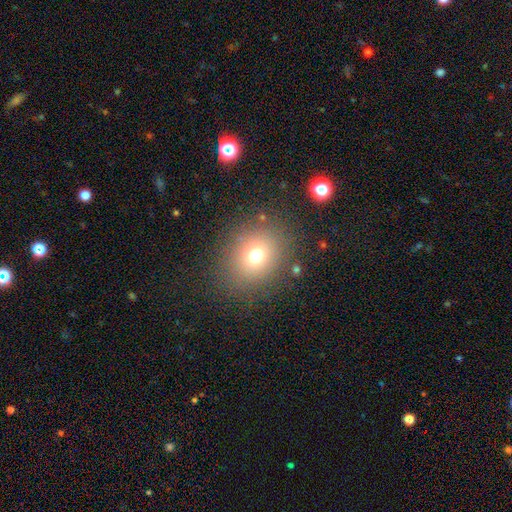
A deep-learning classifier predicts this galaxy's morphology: The model was most divided on "how rounded": round: 63%, in between: 36%, cigar-shaped: 1%. More confident: merging — none (83%); smooth or featured — smooth (72%).